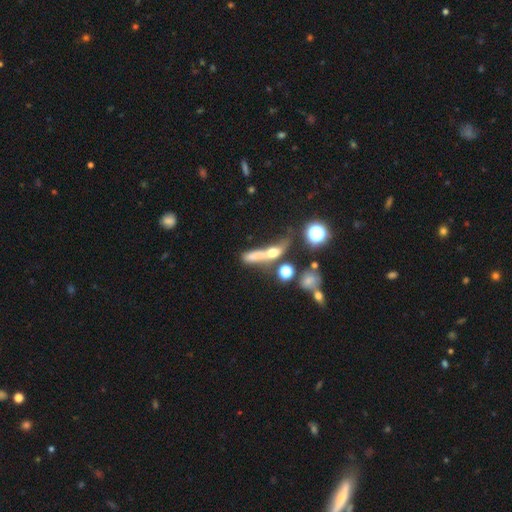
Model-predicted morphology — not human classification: smooth-or-featured: smooth: 50% | featured or disk: 33% | star or artifact: 17%
  how-rounded: cigar-shaped: 59% | in between: 26% | round: 15%
  merging: merger: 37% | none: 26% | major disturbance: 22% | minor disturbance: 15%